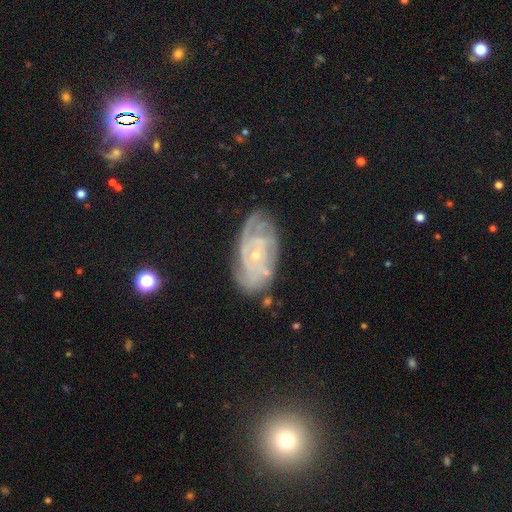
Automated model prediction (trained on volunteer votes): This is likely a featured or disk galaxy (79%). It is clearly not viewed edge-on (95%). Bar: likely no (72%). Spiral arm pattern: clearly yes (91%). Spiral arm count: marginally can't tell (42%). Spiral winding: likely tight (70%). Central bulge: likely small (80%). Merging: likely none (72%).